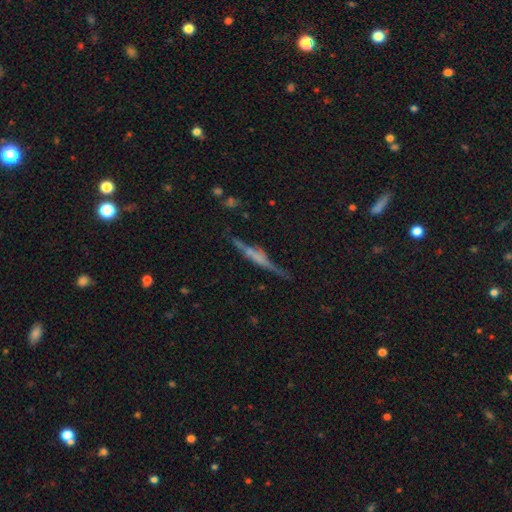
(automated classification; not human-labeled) Smooth or featured? featured or disk (69%)
Edge-on disk? yes (94%)
Edge-on bulge? boxy (41%)
Merging? none (73%)